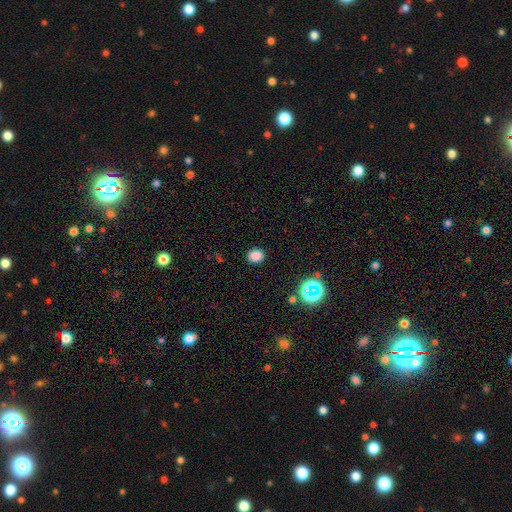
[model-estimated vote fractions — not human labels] Q: Smooth or featured?
A: smooth (81%); runner-up: star or artifact (15%)
Q: How rounded?
A: round (72%); runner-up: in between (27%)
Q: Merging?
A: none (89%); runner-up: minor disturbance (7%)